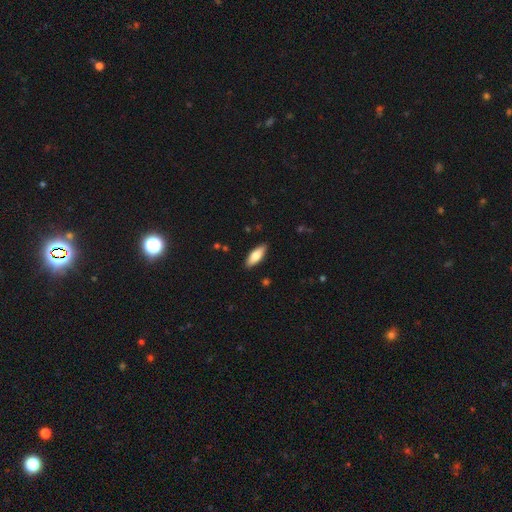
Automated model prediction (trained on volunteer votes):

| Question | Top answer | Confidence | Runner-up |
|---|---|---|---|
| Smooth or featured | smooth | 77% | featured or disk (18%) |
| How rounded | in between | 70% | cigar-shaped (28%) |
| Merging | none | 88% | minor disturbance (9%) |